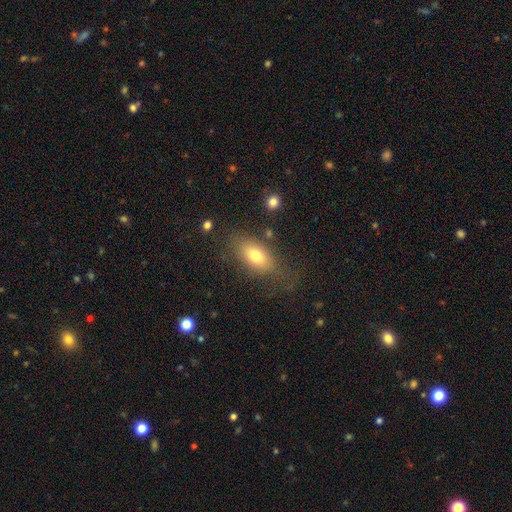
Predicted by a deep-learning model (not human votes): Q: Smooth or featured?
A: smooth (74%); runner-up: featured or disk (17%)
Q: How rounded?
A: in between (86%); runner-up: round (7%)
Q: Merging?
A: none (62%); runner-up: minor disturbance (20%)